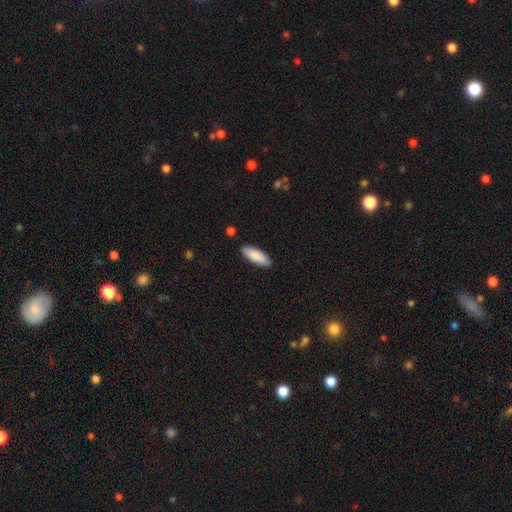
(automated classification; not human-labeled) smooth_or_featured: smooth (p=0.86) [alt: featured or disk p=0.09]
how_rounded: in between (p=0.64) [alt: cigar-shaped p=0.35]
merging: none (p=0.87) [alt: minor disturbance p=0.09]